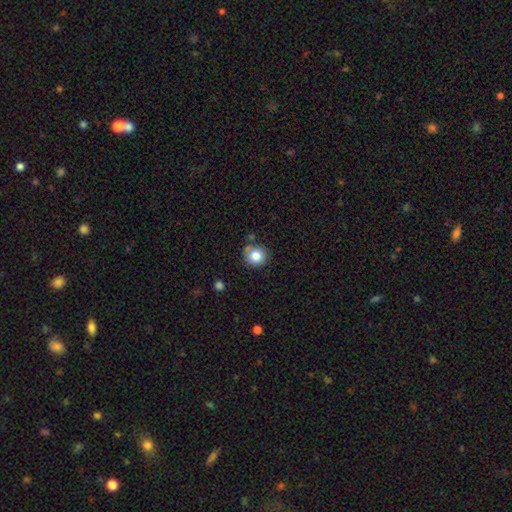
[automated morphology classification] smooth-or-featured: smooth: 83% | star or artifact: 10% | featured or disk: 7%
  how-rounded: round: 90% | in between: 9% | cigar-shaped: 1%
  merging: none: 76% | minor disturbance: 14% | merger: 7% | major disturbance: 3%